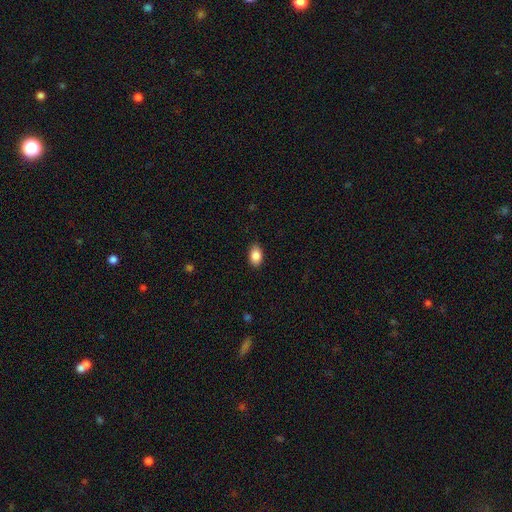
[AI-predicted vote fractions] Q: Smooth or featured?
A: smooth (88%); runner-up: star or artifact (8%)
Q: How rounded?
A: in between (88%); runner-up: round (11%)
Q: Merging?
A: none (87%); runner-up: minor disturbance (10%)